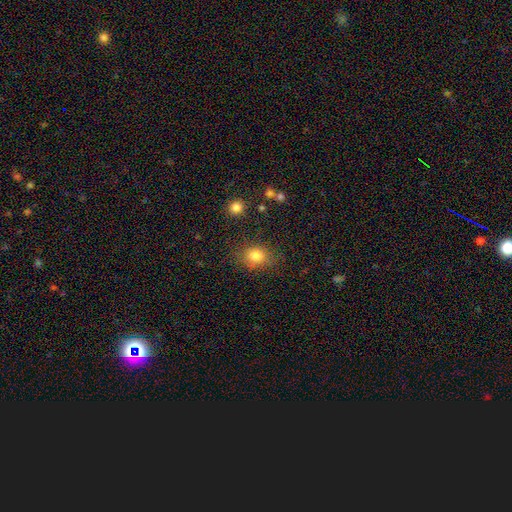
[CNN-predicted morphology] smooth_or_featured: smooth (p=0.81) [alt: star or artifact p=0.11]
how_rounded: round (p=0.51) [alt: in between p=0.48]
merging: none (p=0.75) [alt: minor disturbance p=0.17]